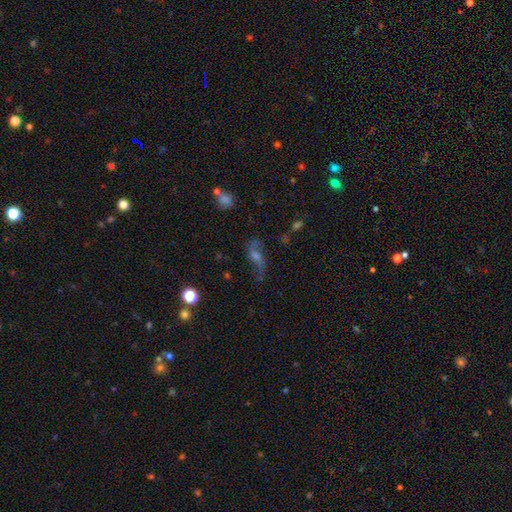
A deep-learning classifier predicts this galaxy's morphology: A featured or disk galaxy (64%) with no bar (52%), spiral arms (87%) and a moderate central bulge (44%). Merging: none (63%).